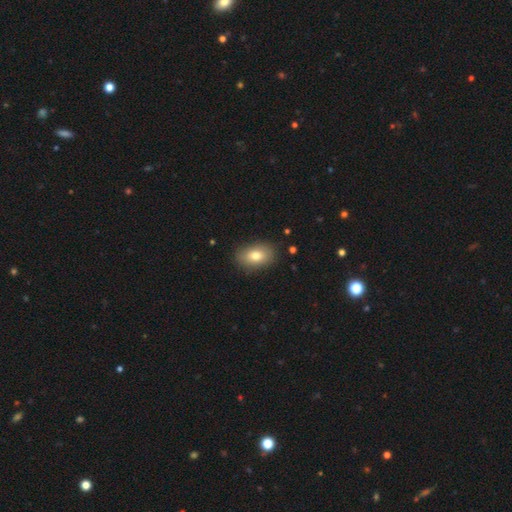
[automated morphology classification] This is likely a smooth galaxy (78%). How rounded: clearly in between (86%). Merging: clearly none (85%).